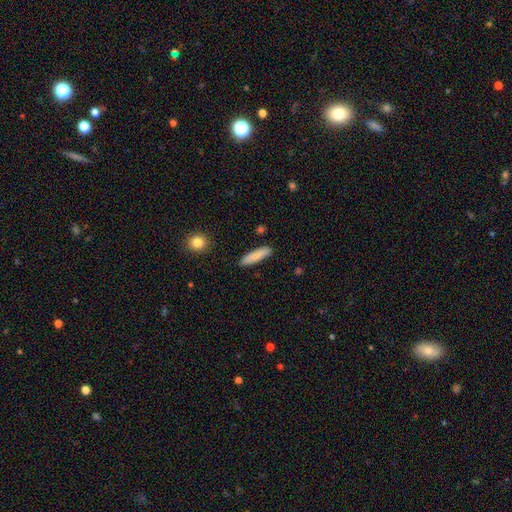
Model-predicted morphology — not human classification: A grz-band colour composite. It shows a smooth galaxy with no disk features (84%) that is cigar-shaped (75%). Merging: none (89%).